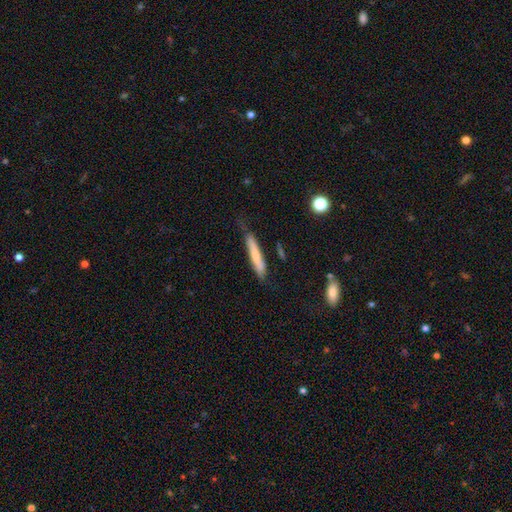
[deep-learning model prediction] Smooth or featured?
  - smooth: 68% *
  - featured or disk: 26%
  - star or artifact: 6%
How rounded?
  - cigar-shaped: 93% *
  - in between: 5%
  - round: 1%
Merging?
  - none: 66% *
  - minor disturbance: 25%
  - major disturbance: 6%
  - merger: 3%